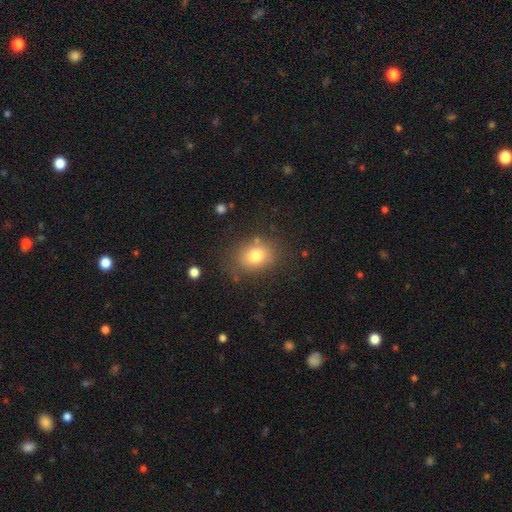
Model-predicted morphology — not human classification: smooth_or_featured: smooth (p=0.77) [alt: featured or disk p=0.12]
how_rounded: in between (p=0.50) [alt: round p=0.49]
merging: none (p=0.76) [alt: minor disturbance p=0.15]